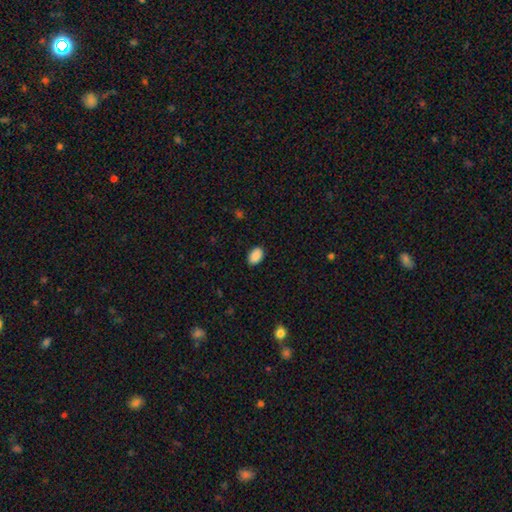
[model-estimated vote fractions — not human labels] Smooth or featured? Predicted: smooth (p=0.90). How rounded? Predicted: in between (p=0.91). Merging? Predicted: none (p=0.88).